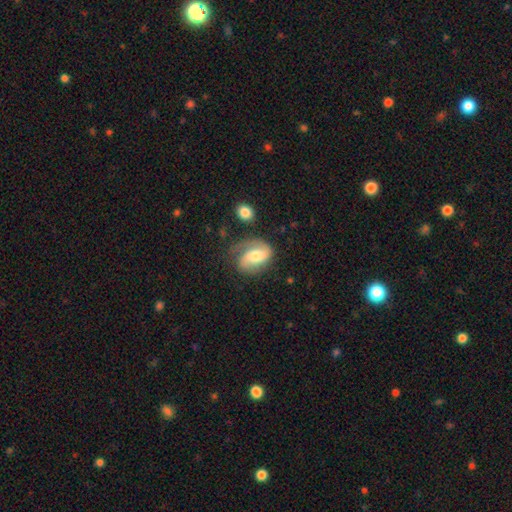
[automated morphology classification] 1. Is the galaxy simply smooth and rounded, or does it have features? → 65% featured or disk, 28% smooth, 7% star or artifact.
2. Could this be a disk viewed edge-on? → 96% no, 4% yes.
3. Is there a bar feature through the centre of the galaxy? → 39% weak (tied), 39% no (tied), 22% strong.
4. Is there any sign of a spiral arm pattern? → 90% yes, 10% no.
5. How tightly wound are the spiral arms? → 42% medium, 37% loose, 21% tight.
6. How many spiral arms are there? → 70% 2, 21% 1, 7% can't tell, 1% 3, 1% 4, 1% more than 4.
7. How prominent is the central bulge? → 61% moderate, 24% small, 11% large, 2% none, 2% dominant.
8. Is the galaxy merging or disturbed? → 55% none, 25% minor disturbance, 16% major disturbance, 4% merger.